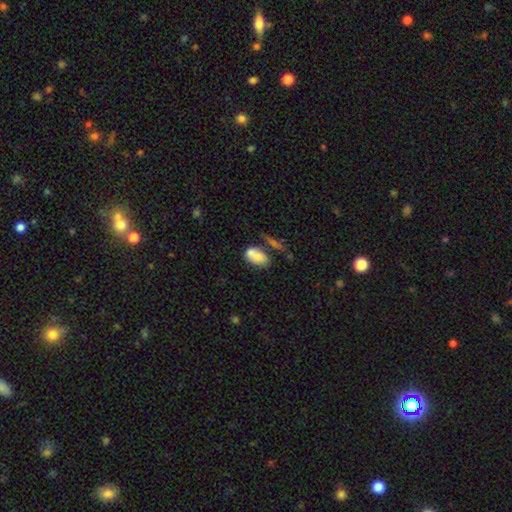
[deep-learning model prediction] Smooth or featured: smooth — 76% (featured or disk — 16%)
How rounded: in between — 89% (round — 8%)
Merging: merger — 38% (none — 37%)